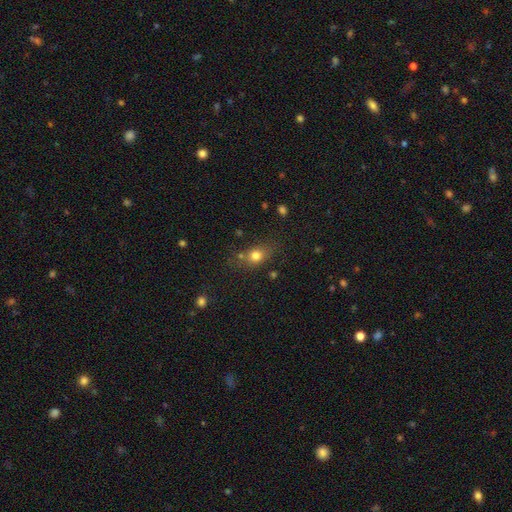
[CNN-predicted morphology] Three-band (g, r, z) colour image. It shows a smooth galaxy with no disk features (76%) that is in between round and cigar-shaped (51%). Merging: none (67%).